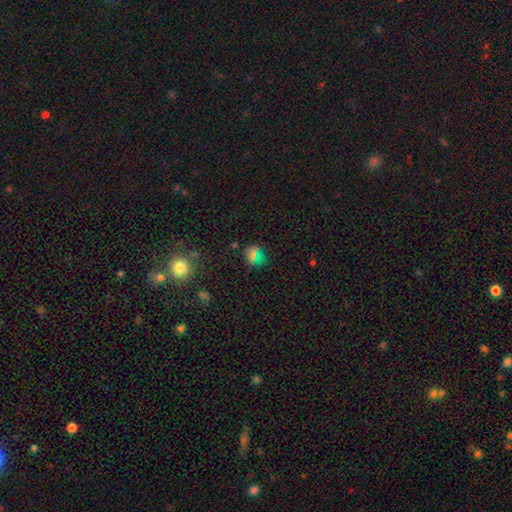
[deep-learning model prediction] This is likely a smooth galaxy (61%). How rounded: likely round (69%). Merging: clearly none (82%).